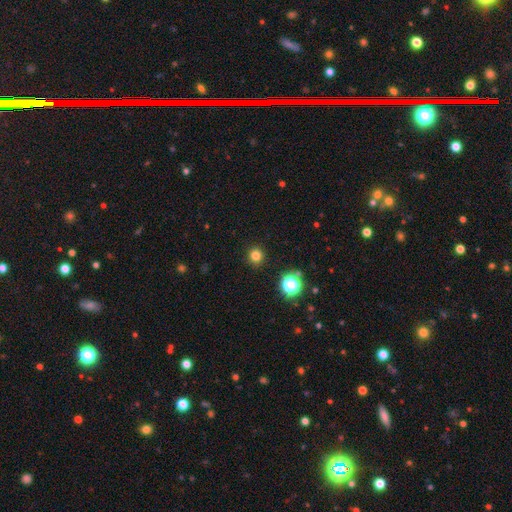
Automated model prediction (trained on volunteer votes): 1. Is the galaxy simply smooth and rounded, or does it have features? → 79% smooth, 16% star or artifact, 5% featured or disk.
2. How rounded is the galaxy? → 93% round, 6% in between, 1% cigar-shaped.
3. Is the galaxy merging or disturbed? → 92% none, 5% minor disturbance, 2% major disturbance, 1% merger.